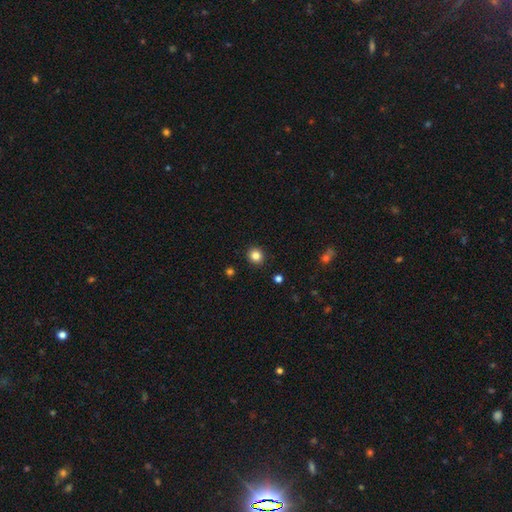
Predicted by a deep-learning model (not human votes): Overall: smooth (84%). How rounded: round (90%). Merging: none (92%).